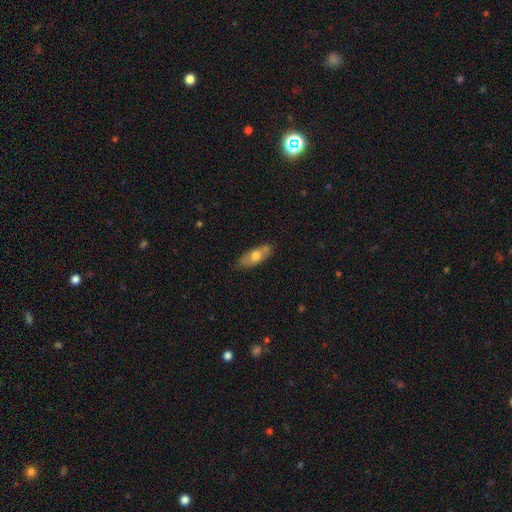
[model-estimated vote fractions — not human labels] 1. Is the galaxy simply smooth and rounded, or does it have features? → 62% smooth, 32% featured or disk, 6% star or artifact.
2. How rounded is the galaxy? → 77% in between, 20% cigar-shaped, 3% round.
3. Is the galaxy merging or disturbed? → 75% none, 18% minor disturbance, 3% merger, 3% major disturbance.